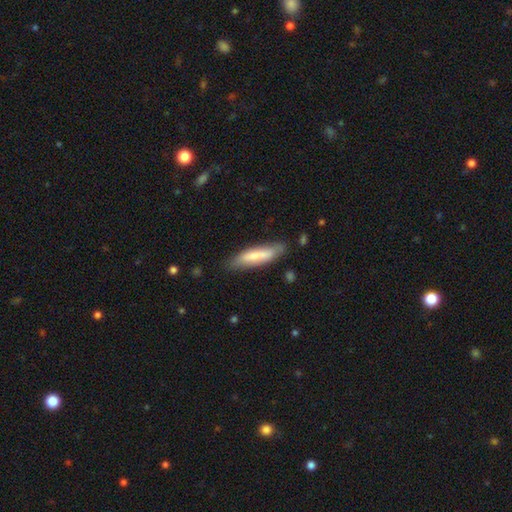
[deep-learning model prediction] A smooth galaxy with no disk features (68%) that is cigar-shaped (76%).

Vote fractions:
- Smooth or featured? smooth: 68% / featured or disk: 26% / star or artifact: 6%
- How rounded? cigar-shaped: 76% / in between: 23% / round: 1%
- Merging? none: 77% / minor disturbance: 17% / major disturbance: 3% / merger: 2%